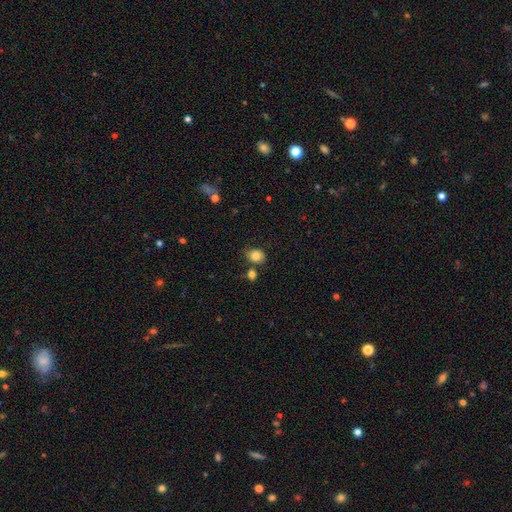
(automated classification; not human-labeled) smooth 84%, star or artifact 10%, featured or disk 7%. Down the decision tree: how rounded — in between (51%); merging — none (65%).